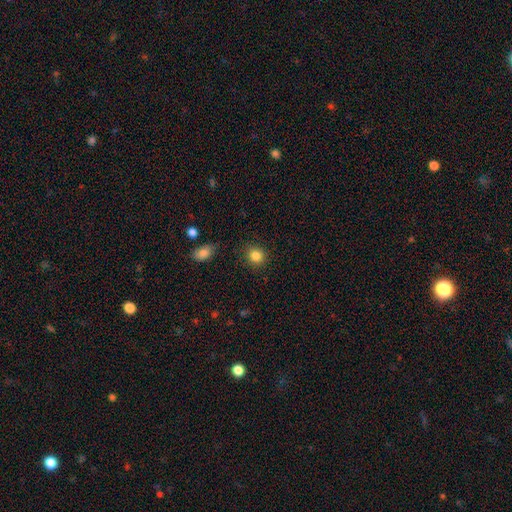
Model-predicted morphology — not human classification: smooth 85%, star or artifact 10%, featured or disk 5%. Down the decision tree: how rounded — round (85%); merging — none (88%).